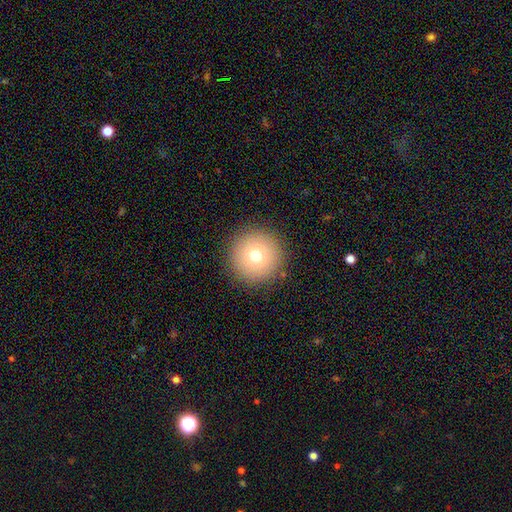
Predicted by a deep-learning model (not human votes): Morphology: type=smooth (71%); roundness=round (97%); merging=none (91%).